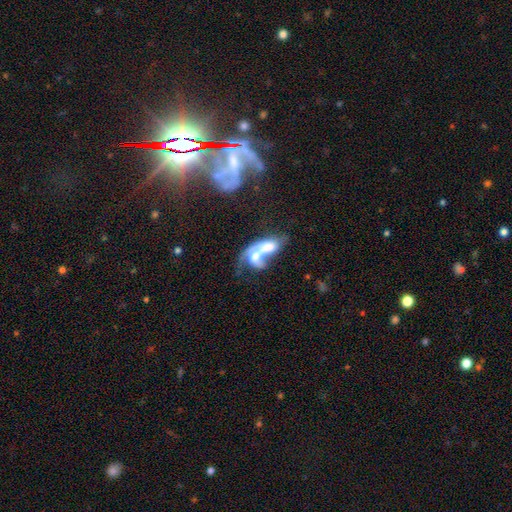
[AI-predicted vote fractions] This is possibly a featured or disk galaxy (48%). Merging: likely merger (75%).